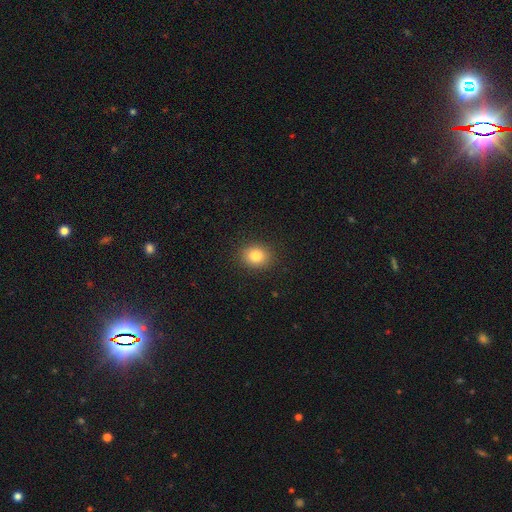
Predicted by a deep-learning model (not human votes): smooth-or-featured: smooth: 83% | star or artifact: 11% | featured or disk: 7%
  how-rounded: round: 63% | in between: 36% | cigar-shaped: 1%
  merging: none: 90% | minor disturbance: 7% | major disturbance: 2% | merger: 1%